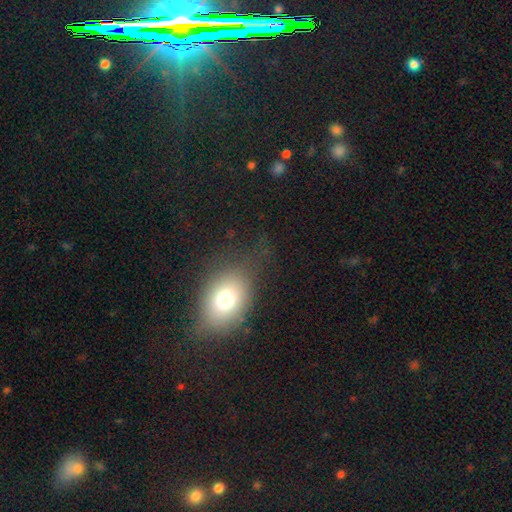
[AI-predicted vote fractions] Smooth or featured?
  - smooth: 70% *
  - featured or disk: 15%
  - star or artifact: 15%
How rounded?
  - in between: 69% *
  - round: 29%
  - cigar-shaped: 2%
Merging?
  - none: 69% *
  - minor disturbance: 21%
  - major disturbance: 8%
  - merger: 2%